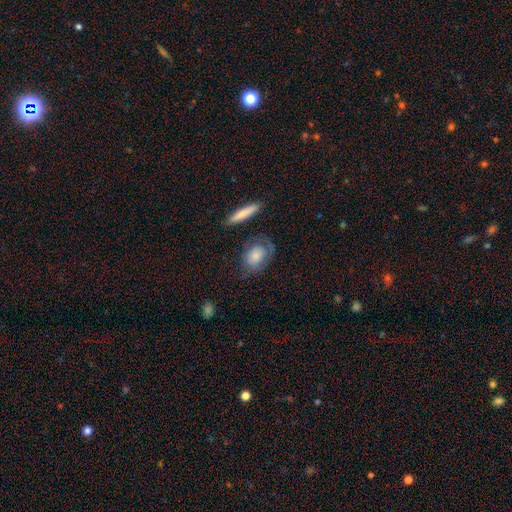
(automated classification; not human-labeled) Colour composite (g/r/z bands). It shows a smooth galaxy with no disk features (67%) that is in between round and cigar-shaped (69%). Merging: none (57%).